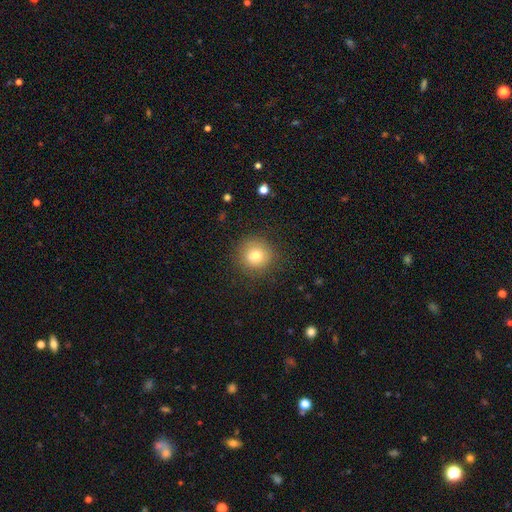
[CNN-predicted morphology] smooth 78%, star or artifact 11%, featured or disk 10%. Down the decision tree: how rounded — round (93%); merging — none (86%).